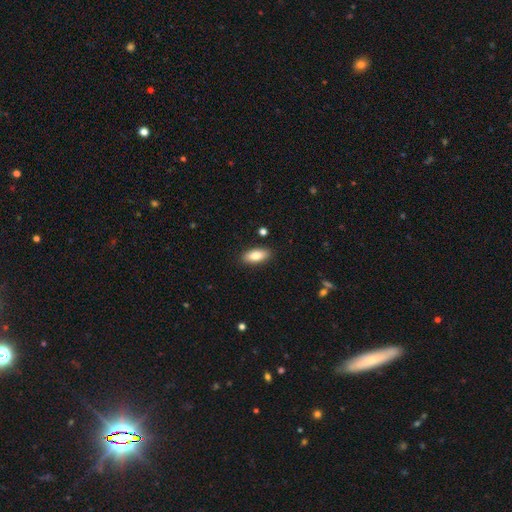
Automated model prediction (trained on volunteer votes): Smooth or featured?
  - smooth: 83% *
  - featured or disk: 11%
  - star or artifact: 7%
How rounded?
  - in between: 85% *
  - cigar-shaped: 12%
  - round: 2%
Merging?
  - none: 88% *
  - minor disturbance: 9%
  - major disturbance: 2%
  - merger: 2%